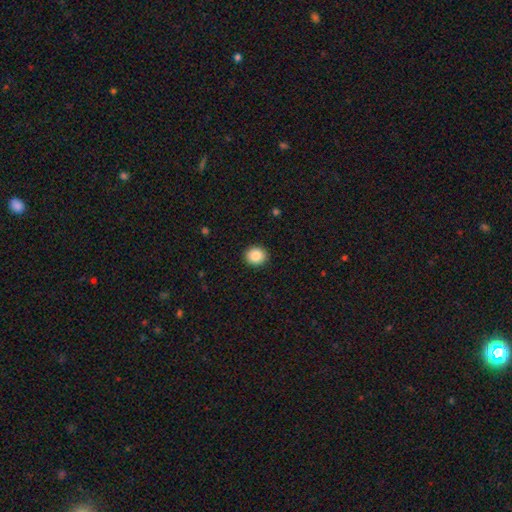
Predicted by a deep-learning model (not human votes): This appears to be a smooth galaxy with no disk features (87%) that is round (81%). Merging: none (92%).